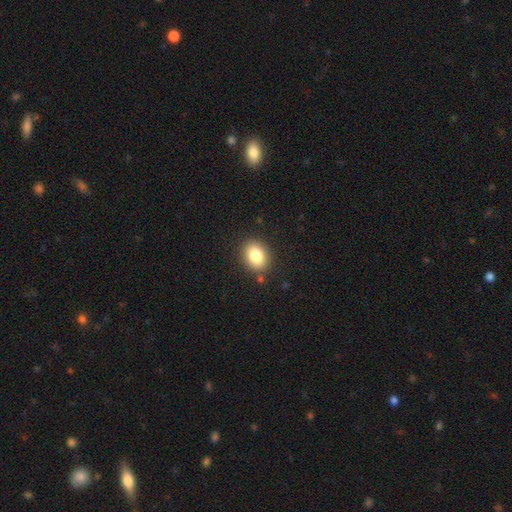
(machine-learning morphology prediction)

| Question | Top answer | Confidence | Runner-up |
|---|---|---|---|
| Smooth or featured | smooth | 84% | star or artifact (9%) |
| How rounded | in between | 66% | round (33%) |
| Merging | none | 86% | minor disturbance (9%) |